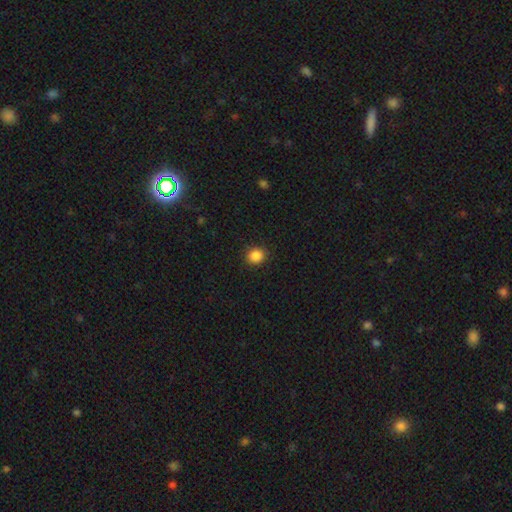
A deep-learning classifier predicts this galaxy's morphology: A smooth galaxy with no disk features (87%) that is round (80%).

Vote fractions:
- Smooth or featured? smooth: 87% / star or artifact: 10% / featured or disk: 3%
- How rounded? round: 80% / in between: 19% / cigar-shaped: 1%
- Merging? none: 90% / minor disturbance: 7% / major disturbance: 2% / merger: 1%